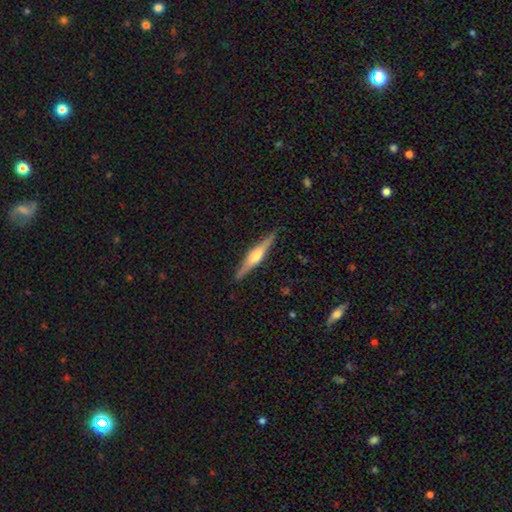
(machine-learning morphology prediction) This appears to be a featured or disk galaxy (70%) viewed edge-on (98%) with a rounded central bulge (81%). Merging: none (90%).